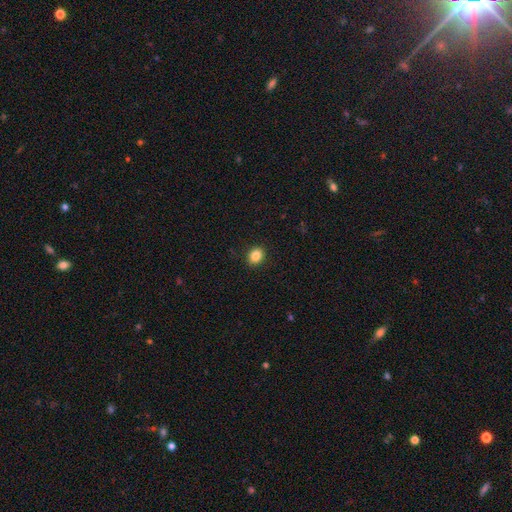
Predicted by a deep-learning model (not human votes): smooth_or_featured: smooth (p=0.86) [alt: star or artifact p=0.10]
how_rounded: round (p=0.53) [alt: in between p=0.46]
merging: none (p=0.91) [alt: minor disturbance p=0.06]